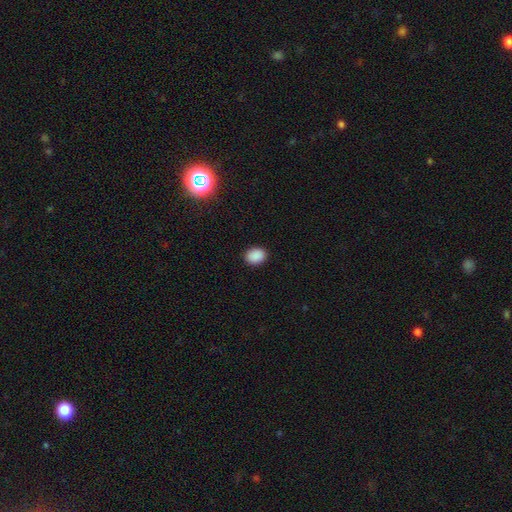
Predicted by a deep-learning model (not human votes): The model was most divided on "how rounded": in between: 61%, round: 38%, cigar-shaped: 1%. More confident: merging — none (90%); smooth or featured — smooth (89%).